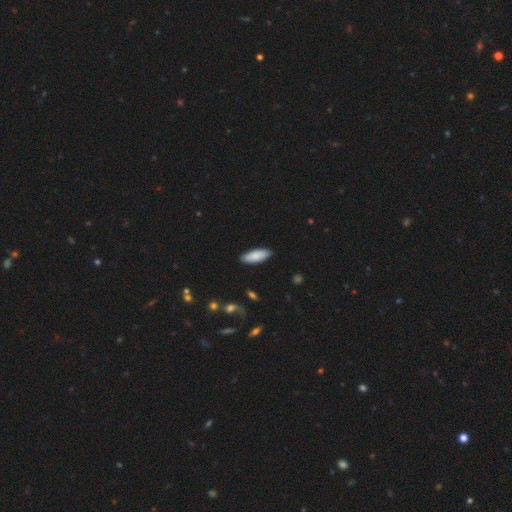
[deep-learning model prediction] smooth-or-featured: smooth: 85% | featured or disk: 9% | star or artifact: 6%
  how-rounded: in between: 73% | cigar-shaped: 25% | round: 2%
  merging: none: 89% | minor disturbance: 9% | major disturbance: 2% | merger: 1%